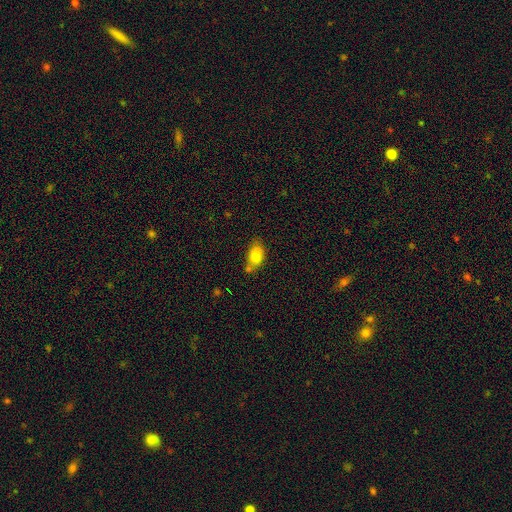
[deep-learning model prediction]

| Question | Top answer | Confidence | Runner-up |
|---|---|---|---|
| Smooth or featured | smooth | 83% | star or artifact (9%) |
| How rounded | in between | 89% | round (6%) |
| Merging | none | 54% | minor disturbance (22%) |